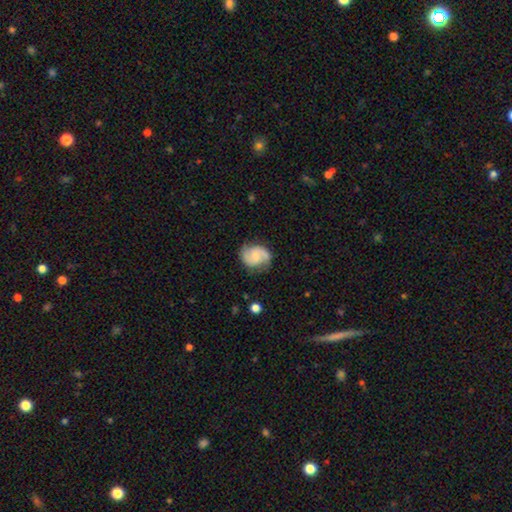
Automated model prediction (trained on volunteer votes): Q: Smooth or featured?
A: featured or disk (69%); runner-up: smooth (25%)
Q: Edge-on disk?
A: no (98%); runner-up: yes (2%)
Q: Bar?
A: no (54%); runner-up: weak (39%)
Q: Spiral arms?
A: yes (94%); runner-up: no (6%)
Q: Spiral winding?
A: medium (49%); runner-up: tight (26%)
Q: Spiral arm count?
A: 2 (88%); runner-up: can't tell (5%)
Q: Bulge size?
A: small (44%); runner-up: moderate (32%)
Q: Merging?
A: none (75%); runner-up: minor disturbance (18%)